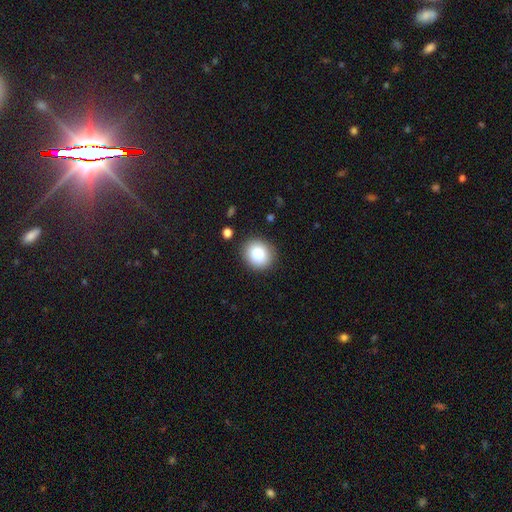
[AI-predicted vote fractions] Smooth or featured?
  - smooth: 81% *
  - star or artifact: 10%
  - featured or disk: 9%
How rounded?
  - round: 79% *
  - in between: 20%
  - cigar-shaped: 1%
Merging?
  - none: 89% *
  - minor disturbance: 7%
  - major disturbance: 2%
  - merger: 2%